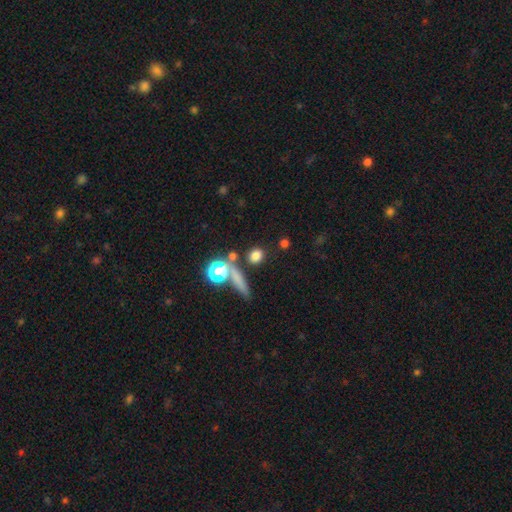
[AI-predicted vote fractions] This appears to be a smooth galaxy with no disk features (76%) that is round (73%). Merging: none (79%).